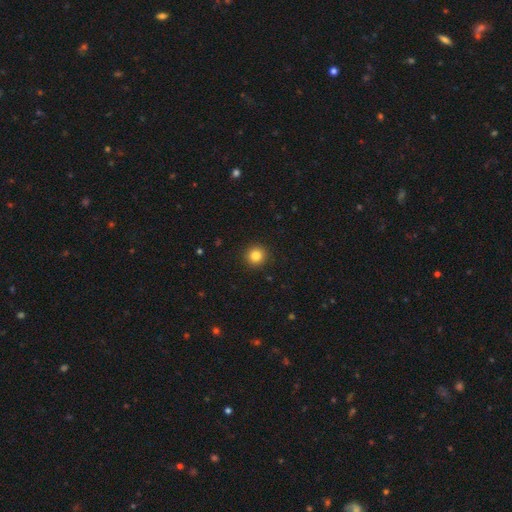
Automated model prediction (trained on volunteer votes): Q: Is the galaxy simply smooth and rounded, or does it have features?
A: smooth — 84%.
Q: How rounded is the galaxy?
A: round — 94%.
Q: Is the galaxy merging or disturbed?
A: none — 92%.